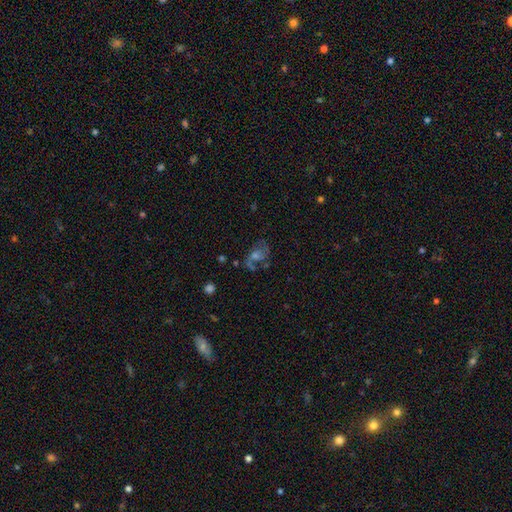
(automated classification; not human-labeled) Smooth or featured? featured or disk (67%)
Edge-on disk? no (96%)
Bar? no (63%)
Spiral arms? yes (85%)
Spiral winding? medium (49%)
Spiral arm count? 2 (73%)
Bulge size? moderate (52%)
Merging? none (64%)